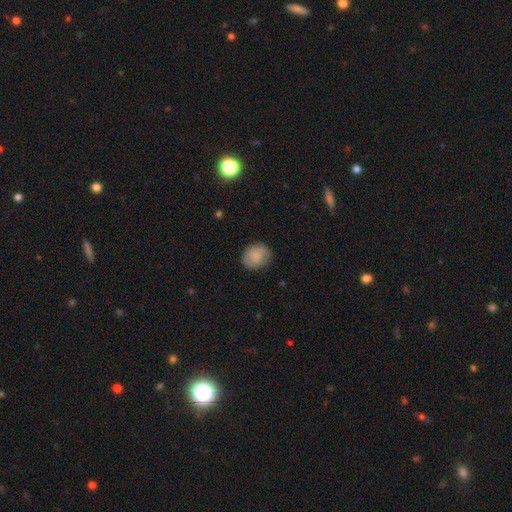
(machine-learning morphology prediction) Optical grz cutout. It shows a smooth galaxy with no disk features (83%) that is round (61%). Merging: none (80%).